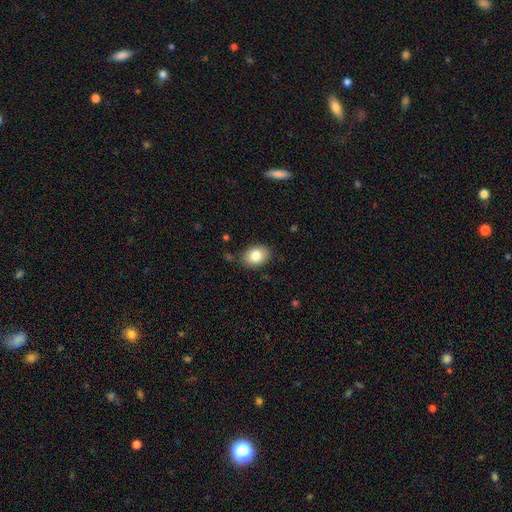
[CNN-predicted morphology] smooth_or_featured: smooth (p=0.82) [alt: featured or disk p=0.09]
how_rounded: in between (p=0.71) [alt: round p=0.28]
merging: none (p=0.83) [alt: minor disturbance p=0.13]